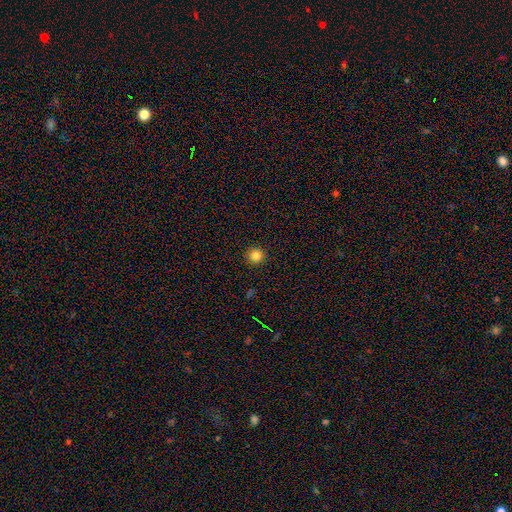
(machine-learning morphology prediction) Q: Smooth or featured?
A: smooth (84%); runner-up: star or artifact (12%)
Q: How rounded?
A: round (96%); runner-up: in between (3%)
Q: Merging?
A: none (93%); runner-up: minor disturbance (5%)